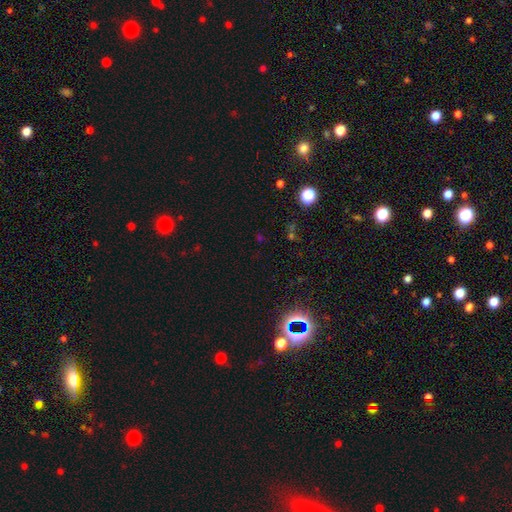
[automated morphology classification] Smooth or featured? star or artifact (65%)